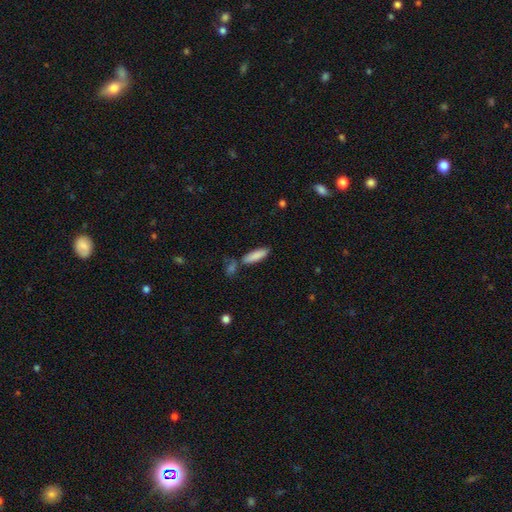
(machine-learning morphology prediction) smooth 86%, featured or disk 8%, star or artifact 6%. Down the decision tree: how rounded — cigar-shaped (60%); merging — none (74%).